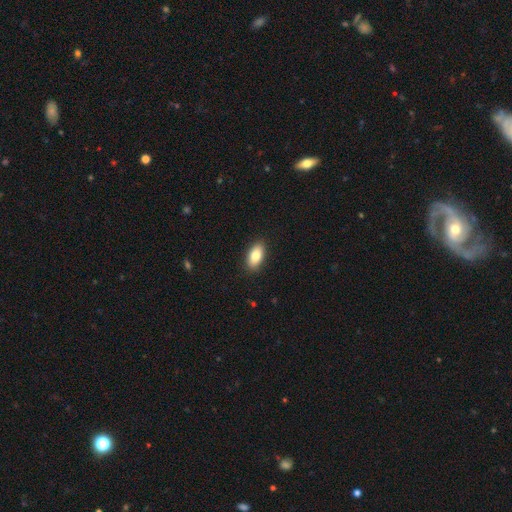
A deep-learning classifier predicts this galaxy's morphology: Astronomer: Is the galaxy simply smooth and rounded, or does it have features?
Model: smooth — 83%.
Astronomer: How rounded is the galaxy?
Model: in between — 91%.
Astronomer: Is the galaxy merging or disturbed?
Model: none — 90%.